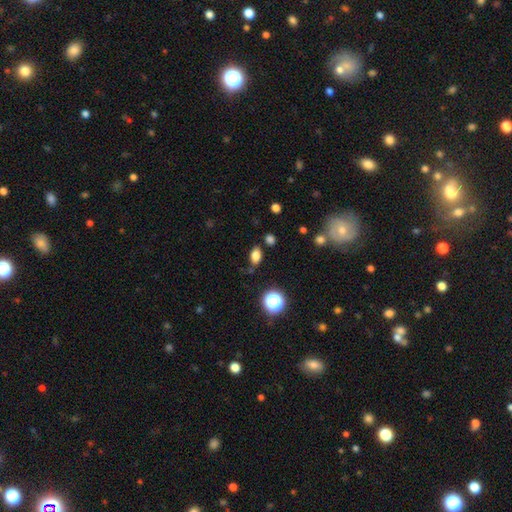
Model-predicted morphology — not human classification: type=smooth (80%); roundness=in between (83%); merging=none (80%).